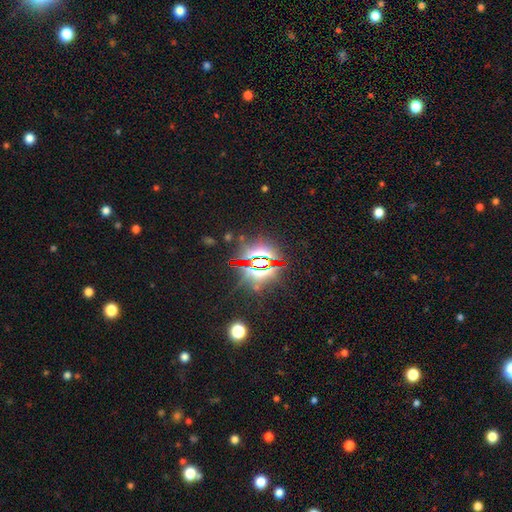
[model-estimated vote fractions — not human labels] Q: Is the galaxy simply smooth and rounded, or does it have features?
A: star or artifact — 84%.